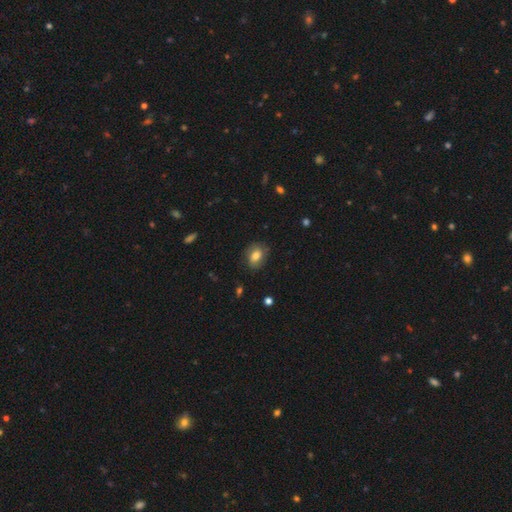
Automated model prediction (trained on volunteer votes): smooth-or-featured: smooth: 77% | featured or disk: 14% | star or artifact: 9%
  how-rounded: in between: 67% | round: 31% | cigar-shaped: 1%
  merging: none: 76% | minor disturbance: 18% | major disturbance: 5% | merger: 1%